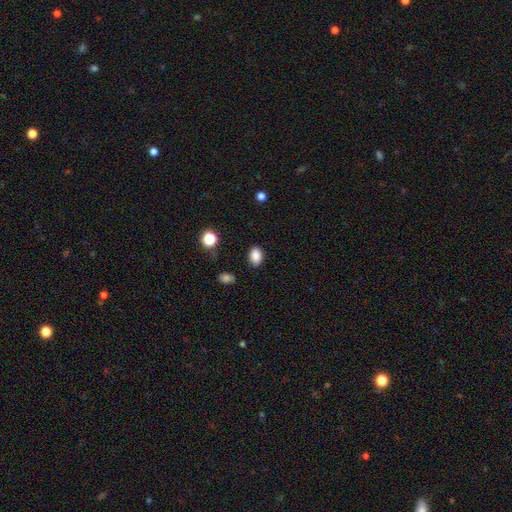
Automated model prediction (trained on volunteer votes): Smooth or featured? smooth (87%)
How rounded? in between (76%)
Merging? none (86%)